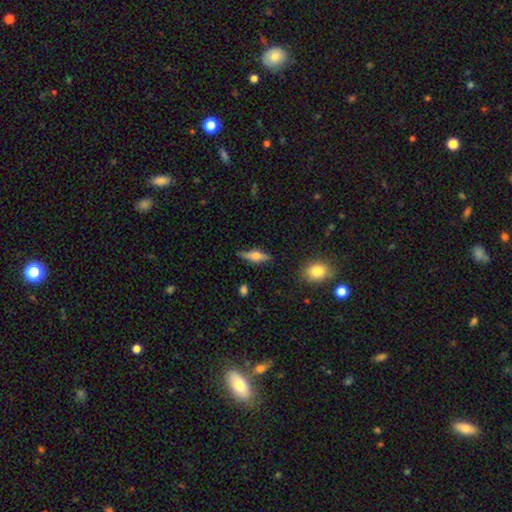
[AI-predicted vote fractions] A featured or disk galaxy (53%) viewed edge-on (92%). Merging: none (81%).